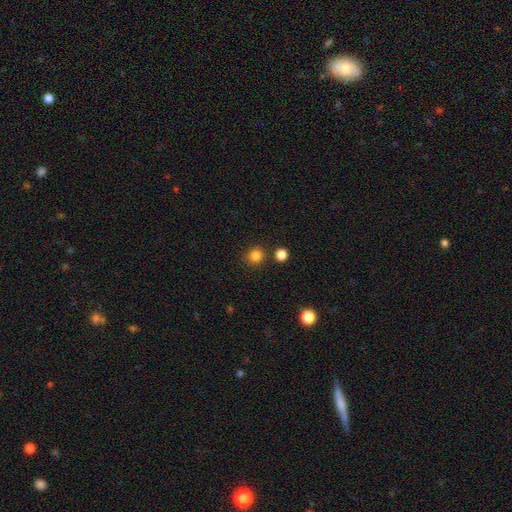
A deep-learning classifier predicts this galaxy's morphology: A smooth galaxy with no disk features (83%) that is round (89%).

Vote fractions:
- Smooth or featured? smooth: 83% / star or artifact: 13% / featured or disk: 4%
- How rounded? round: 89% / in between: 10% / cigar-shaped: 1%
- Merging? none: 85% / minor disturbance: 7% / merger: 5% / major disturbance: 3%